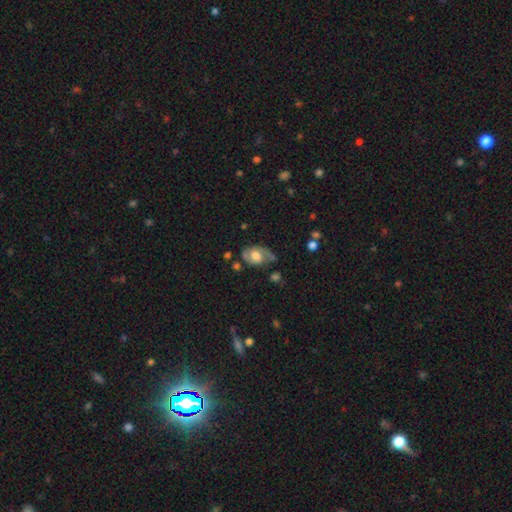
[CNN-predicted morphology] A featured or disk galaxy (66%) with no bar (56%), 2 (80%) medium (47%) spiral arms (84%) and a moderate central bulge (53%).

Vote fractions:
- Smooth or featured? featured or disk: 66% / smooth: 26% / star or artifact: 7%
- Edge-on disk? no: 96% / yes: 4%
- Bar? no: 56% / weak: 36% / strong: 9%
- Spiral arms? yes: 84% / no: 16%
- Spiral winding? medium: 47% / tight: 28% / loose: 25%
- Spiral arm count? 2: 80% / 1: 9% / can't tell: 8% / 3: 1% / 4: 1% / more than 4: 1%
- Bulge size? moderate: 53% / large: 31% / small: 10% / none: 3% / dominant: 2%
- Merging? none: 56% / minor disturbance: 26% / major disturbance: 13% / merger: 5%